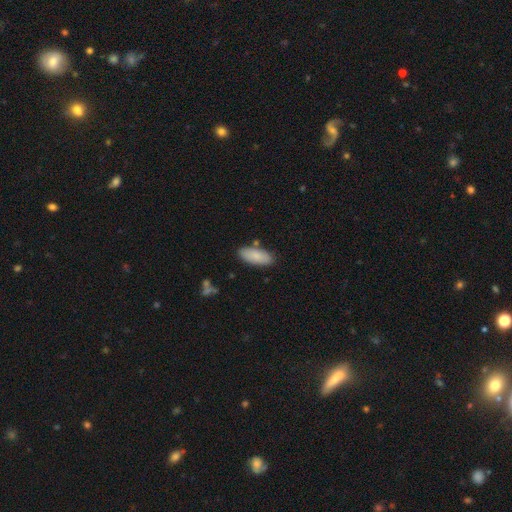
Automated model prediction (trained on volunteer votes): A smooth galaxy with no disk features (85%) that is in between round and cigar-shaped (82%). Merging: none (80%).